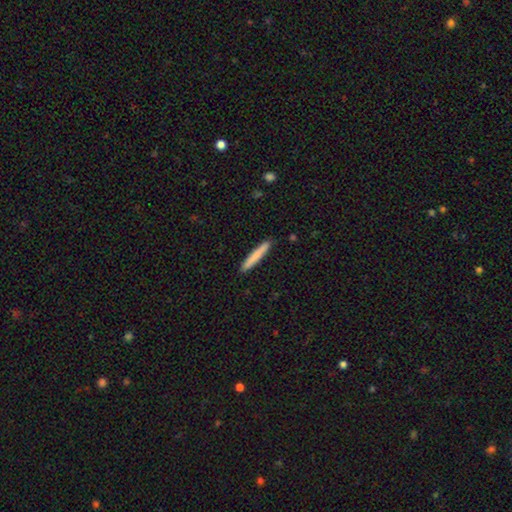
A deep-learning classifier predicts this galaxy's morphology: Q: Smooth or featured?
A: smooth (78%); runner-up: featured or disk (17%)
Q: How rounded?
A: cigar-shaped (96%); runner-up: in between (3%)
Q: Merging?
A: none (91%); runner-up: minor disturbance (6%)